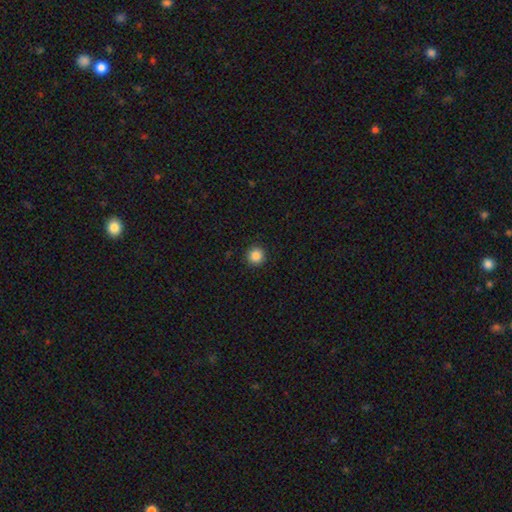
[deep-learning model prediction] smooth 86%, star or artifact 10%, featured or disk 3%. Down the decision tree: how rounded — round (95%); merging — none (93%).